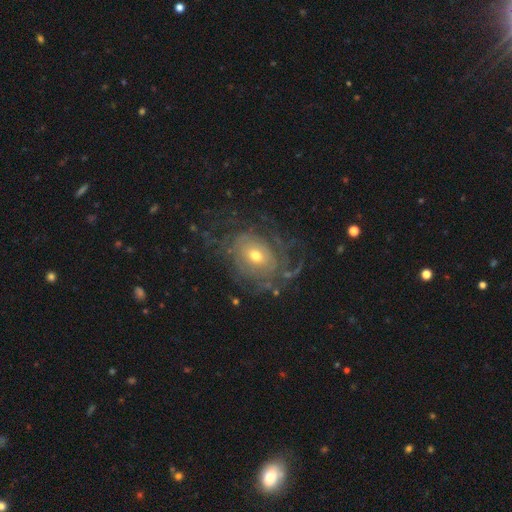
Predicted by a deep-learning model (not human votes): smooth-or-featured: featured or disk: 77% | smooth: 15% | star or artifact: 8%
  disk-edge-on: no: 96% | yes: 4%
    bar: no: 71% | weak: 23% | strong: 6%
    has-spiral-arms: yes: 81% | no: 19%
      spiral-winding: tight: 62% | medium: 25% | loose: 14%
      spiral-arm-count: can't tell: 53% | 2: 13% | 4: 10% | 3: 10% | more than 4: 9% | 1: 6%
    bulge-size: moderate: 52% | small: 42% | large: 4% | dominant: 1% | none: 1%
  merging: none: 62% | major disturbance: 19% | minor disturbance: 18% | merger: 2%